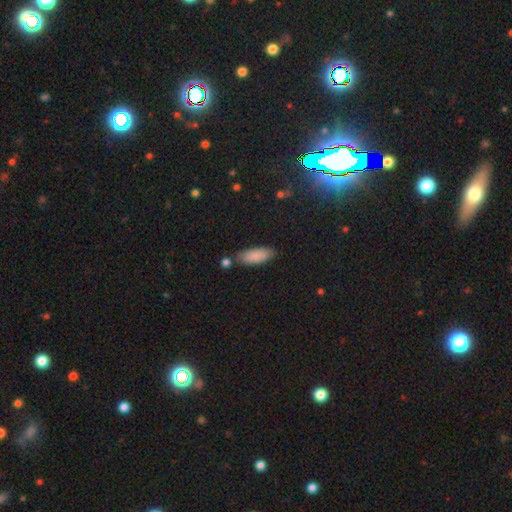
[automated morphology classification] This is clearly a smooth galaxy (87%). How rounded: likely in between (72%). Merging: likely none (76%).